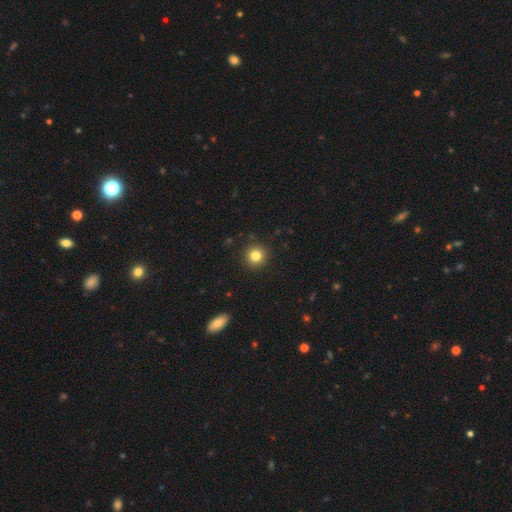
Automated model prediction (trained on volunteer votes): The model was most divided on "smooth or featured": smooth: 83%, star or artifact: 11%, featured or disk: 6%. More confident: how rounded — round (95%); merging — none (92%).